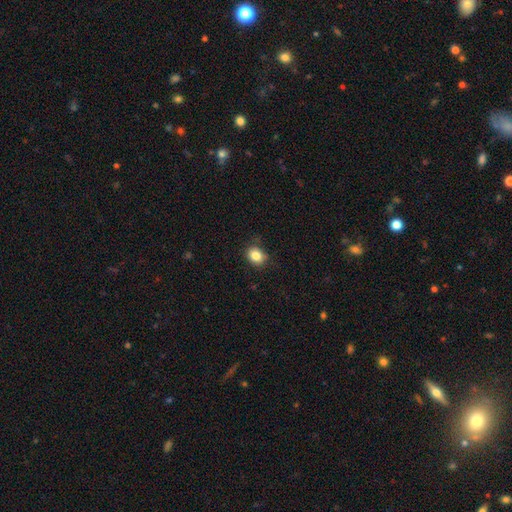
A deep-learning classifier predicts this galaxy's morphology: A smooth galaxy with no disk features (84%) that is round (56%).

Vote fractions:
- Smooth or featured? smooth: 84% / star or artifact: 10% / featured or disk: 6%
- How rounded? round: 56% / in between: 43% / cigar-shaped: 1%
- Merging? none: 79% / minor disturbance: 17% / major disturbance: 3% / merger: 1%